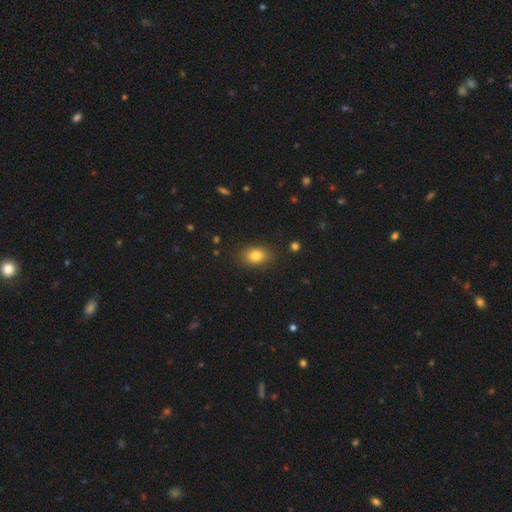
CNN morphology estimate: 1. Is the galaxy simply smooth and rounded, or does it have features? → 82% smooth, 10% star or artifact, 7% featured or disk.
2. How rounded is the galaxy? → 75% in between, 23% round, 1% cigar-shaped.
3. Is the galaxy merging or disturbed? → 85% none, 11% minor disturbance, 3% major disturbance, 1% merger.